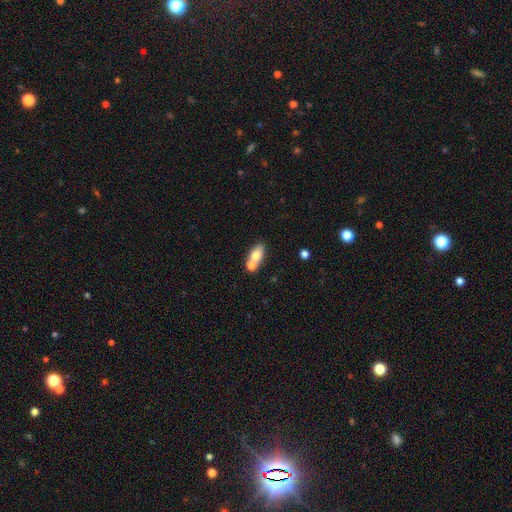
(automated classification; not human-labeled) A smooth galaxy with no disk features (73%) that is in between round and cigar-shaped (81%).

Vote fractions:
- Smooth or featured? smooth: 73% / featured or disk: 18% / star or artifact: 9%
- How rounded? in between: 81% / round: 15% / cigar-shaped: 4%
- Merging? none: 43% / merger: 42% / minor disturbance: 11% / major disturbance: 4%